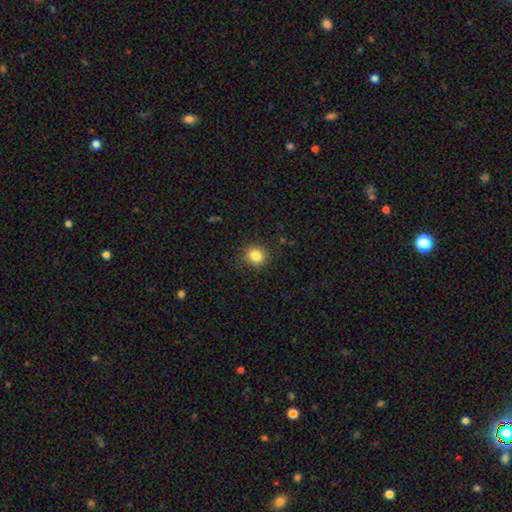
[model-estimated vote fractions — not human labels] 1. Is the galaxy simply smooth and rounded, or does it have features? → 83% smooth, 11% star or artifact, 6% featured or disk.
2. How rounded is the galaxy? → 83% round, 17% in between, 1% cigar-shaped.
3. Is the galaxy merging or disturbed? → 88% none, 8% minor disturbance, 3% major disturbance, 1% merger.